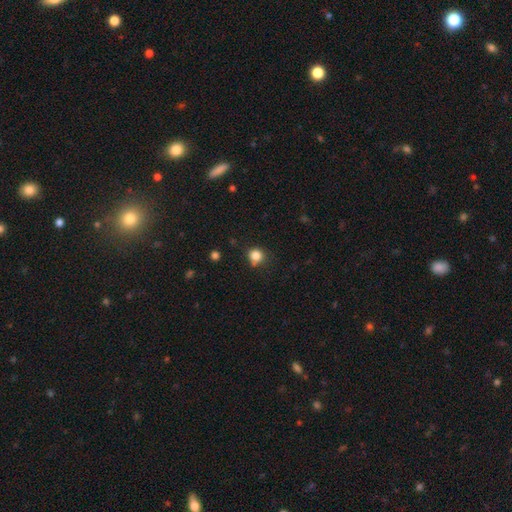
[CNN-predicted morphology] This is clearly a smooth galaxy (83%). How rounded: clearly round (88%). Merging: likely none (74%).